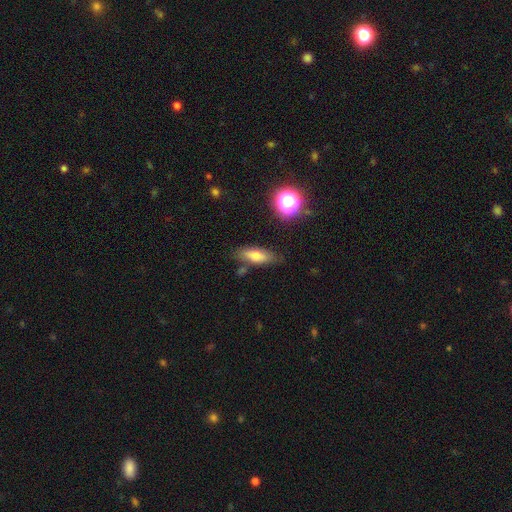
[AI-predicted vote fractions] smooth 67%, featured or disk 22%, star or artifact 11%. Down the decision tree: how rounded — in between (60%); merging — none (75%).